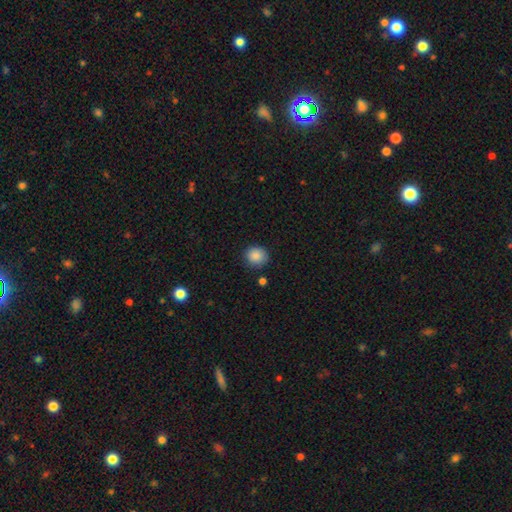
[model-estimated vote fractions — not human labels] Smooth or featured?
  - smooth: 88% *
  - star or artifact: 9%
  - featured or disk: 4%
How rounded?
  - round: 85% *
  - in between: 14%
  - cigar-shaped: 1%
Merging?
  - none: 84% *
  - minor disturbance: 11%
  - major disturbance: 3%
  - merger: 2%